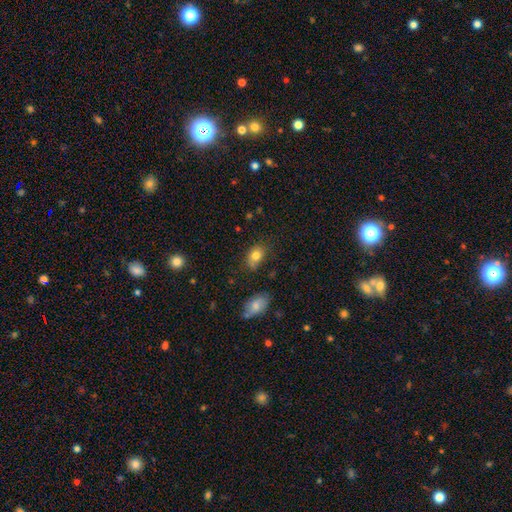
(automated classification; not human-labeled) This is clearly a smooth galaxy (80%). How rounded: likely in between (77%). Merging: likely none (66%).